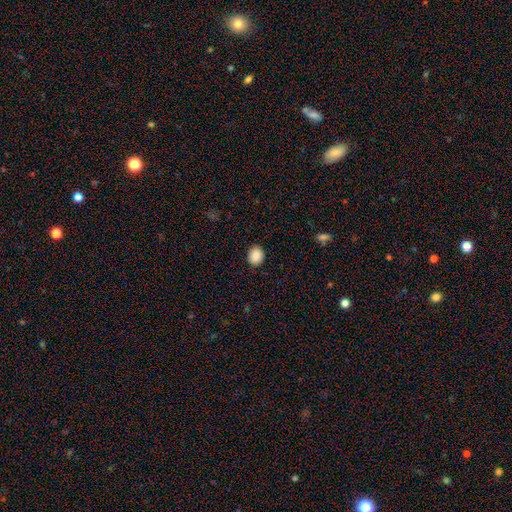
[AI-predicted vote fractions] smooth-or-featured: smooth: 88% | star or artifact: 8% | featured or disk: 4%
  how-rounded: round: 62% | in between: 37% | cigar-shaped: 1%
  merging: none: 88% | minor disturbance: 9% | major disturbance: 2% | merger: 1%